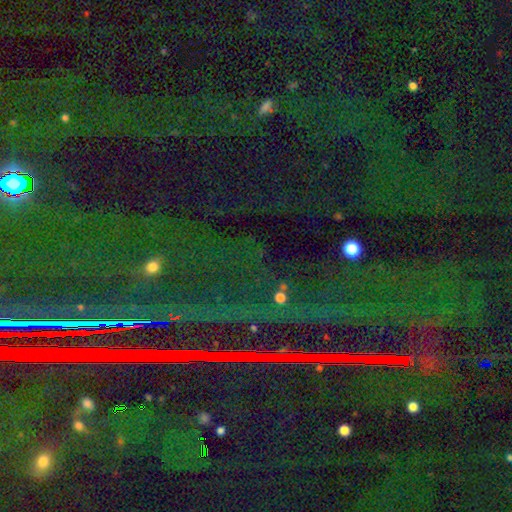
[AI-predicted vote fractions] Smooth or featured? star or artifact (81%)